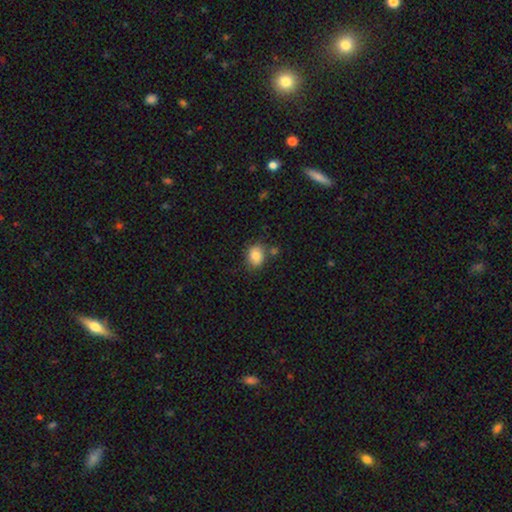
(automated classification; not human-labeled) Smooth or featured?
  - smooth: 83% *
  - star or artifact: 9%
  - featured or disk: 9%
How rounded?
  - in between: 52% *
  - round: 47%
  - cigar-shaped: 1%
Merging?
  - none: 72% *
  - minor disturbance: 15%
  - merger: 10%
  - major disturbance: 4%